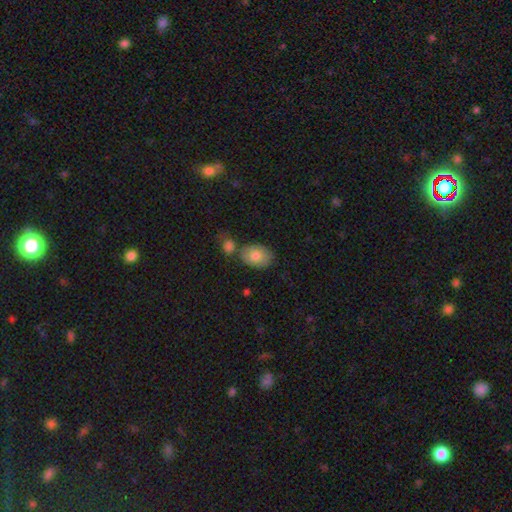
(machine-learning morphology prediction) smooth 78%, featured or disk 15%, star or artifact 7%. Down the decision tree: how rounded — in between (80%); merging — none (64%).